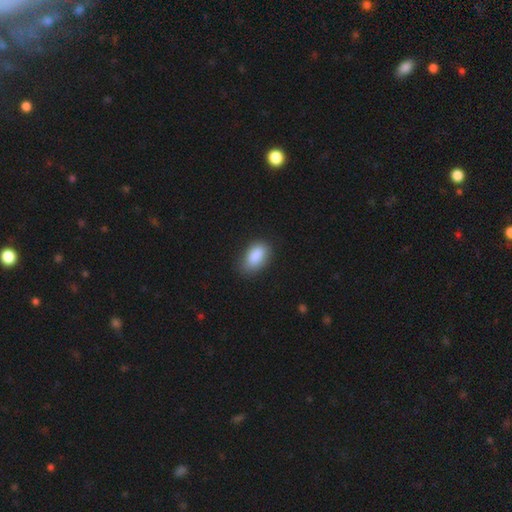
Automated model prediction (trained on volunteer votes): Smooth or featured?
  - smooth: 88% *
  - star or artifact: 7%
  - featured or disk: 5%
How rounded?
  - in between: 92% *
  - round: 6%
  - cigar-shaped: 2%
Merging?
  - none: 76% *
  - minor disturbance: 19%
  - major disturbance: 4%
  - merger: 1%